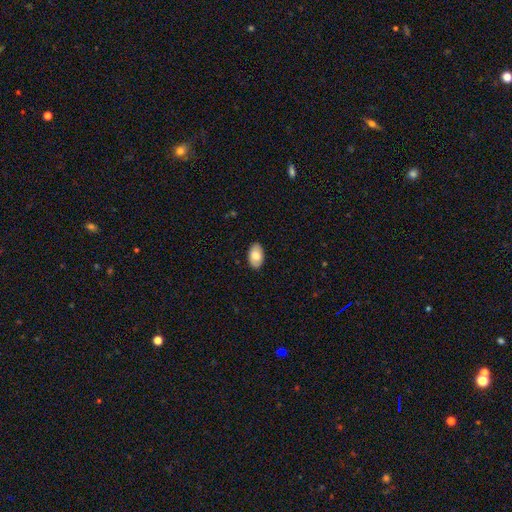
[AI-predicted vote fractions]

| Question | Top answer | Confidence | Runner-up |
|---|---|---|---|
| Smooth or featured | smooth | 77% | featured or disk (17%) |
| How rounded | in between | 94% | round (4%) |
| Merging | none | 88% | minor disturbance (10%) |